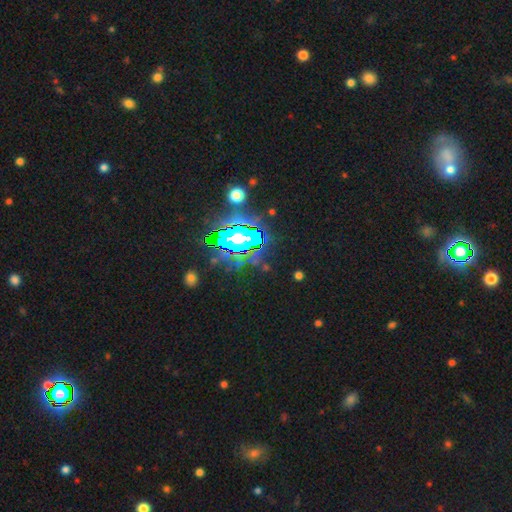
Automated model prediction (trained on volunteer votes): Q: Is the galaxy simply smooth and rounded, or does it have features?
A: star or artifact — 82%.